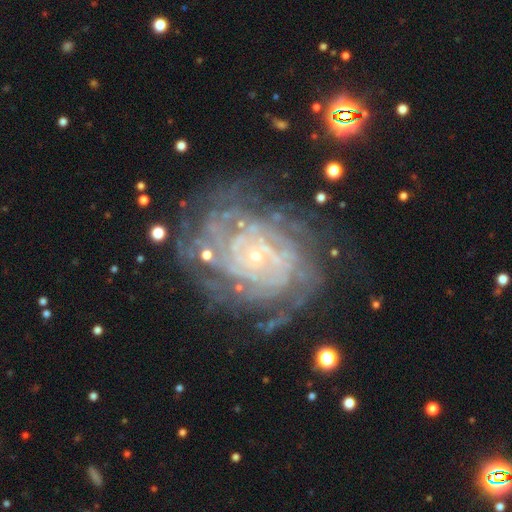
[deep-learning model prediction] Smooth or featured: featured or disk — 88% (star or artifact — 7%)
Edge-on disk: no — 97% (yes — 3%)
Bar: no — 72% (weak — 21%)
Spiral arms: yes — 95% (no — 5%)
Spiral winding: tight — 78% (medium — 17%)
Spiral arm count: can't tell — 33% (more than 4 — 20%)
Bulge size: small — 86% (moderate — 8%)
Merging: none — 68% (minor disturbance — 18%)